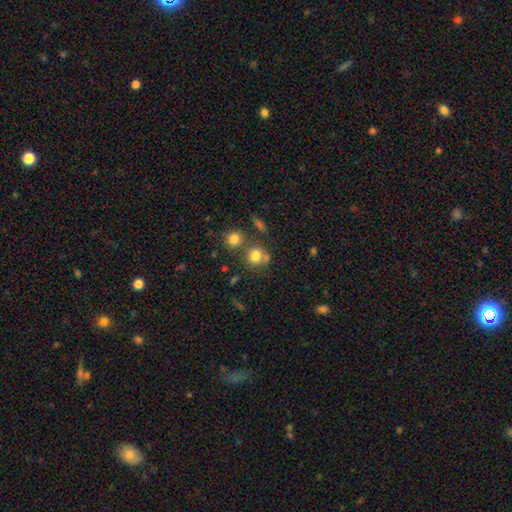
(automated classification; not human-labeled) This is likely a smooth galaxy (78%). How rounded: clearly round (83%). Merging: possibly none (58%).